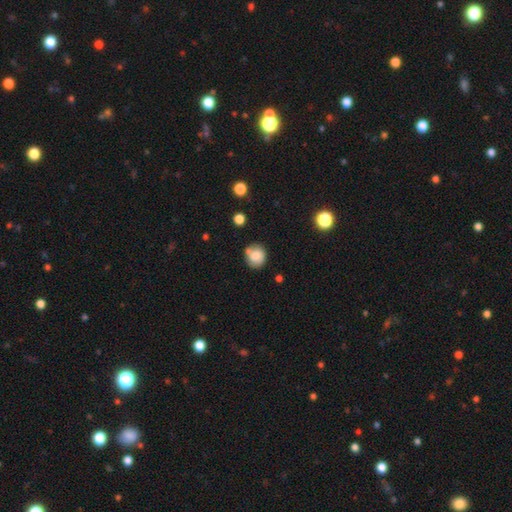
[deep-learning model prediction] Morphology: type=smooth (76%); roundness=round (78%); merging=none (61%).